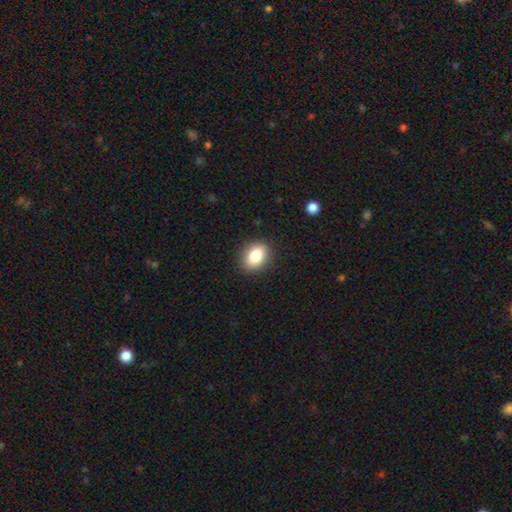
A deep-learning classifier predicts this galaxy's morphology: smooth_or_featured: smooth (p=0.83) [alt: star or artifact p=0.09]
how_rounded: in between (p=0.72) [alt: round p=0.26]
merging: none (p=0.88) [alt: minor disturbance p=0.09]